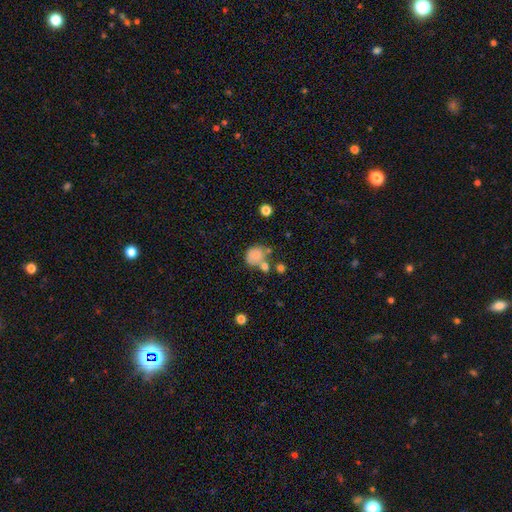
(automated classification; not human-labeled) Smooth or featured: smooth — 78% (featured or disk — 12%)
How rounded: round — 71% (in between — 28%)
Merging: none — 43% (merger — 28%)